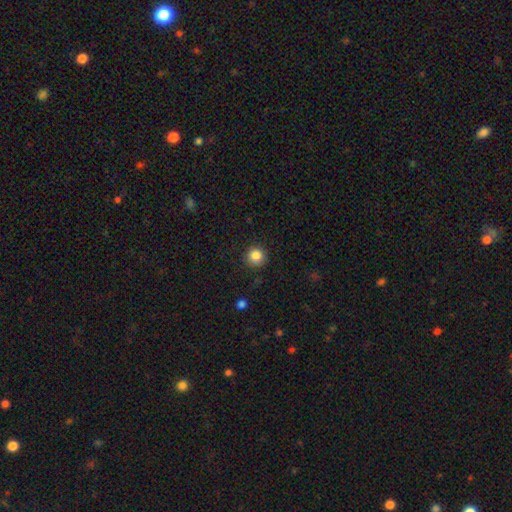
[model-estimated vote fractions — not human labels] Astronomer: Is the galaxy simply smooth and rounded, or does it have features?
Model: smooth — 86%.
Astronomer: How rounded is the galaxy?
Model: round — 94%.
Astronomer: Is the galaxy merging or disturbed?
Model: none — 90%.